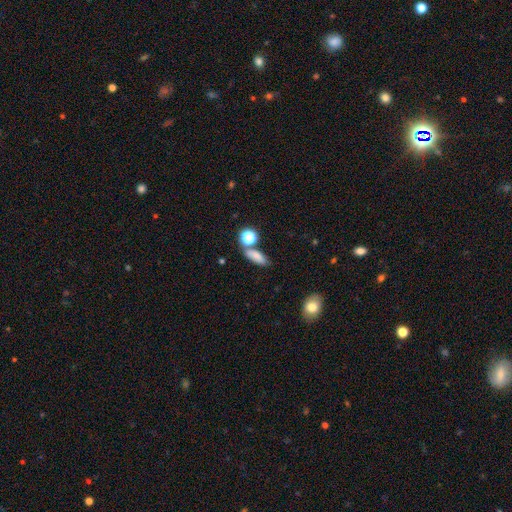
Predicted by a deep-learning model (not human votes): This is likely a smooth galaxy (78%). How rounded: likely in between (63%). Merging: likely none (64%).